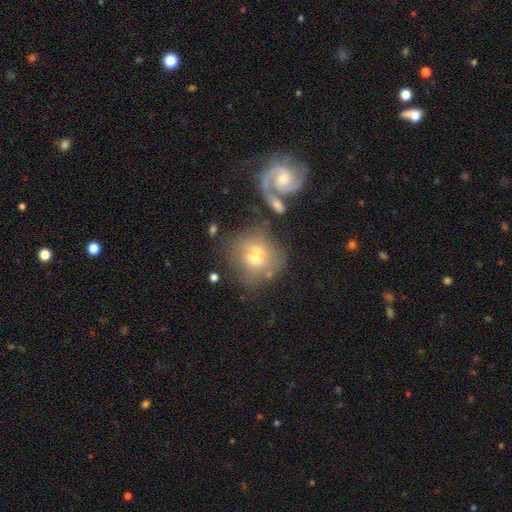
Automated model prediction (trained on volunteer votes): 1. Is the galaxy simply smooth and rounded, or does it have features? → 51% smooth, 39% featured or disk, 10% star or artifact.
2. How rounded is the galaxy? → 73% round, 26% in between, 2% cigar-shaped.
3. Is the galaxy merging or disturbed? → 54% none, 19% minor disturbance, 17% merger, 10% major disturbance.